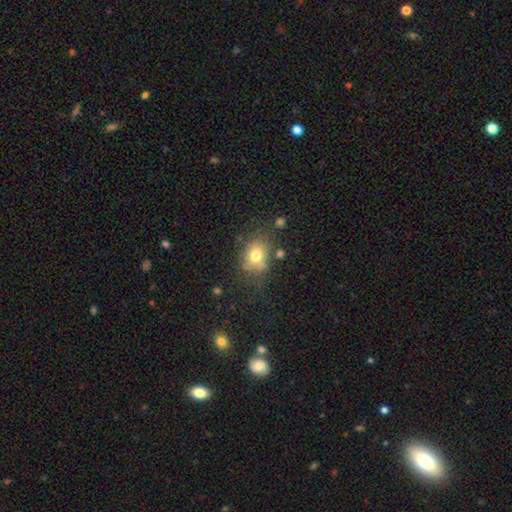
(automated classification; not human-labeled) A smooth galaxy with no disk features (74%) that is in between round and cigar-shaped (56%). Merging: none (61%).